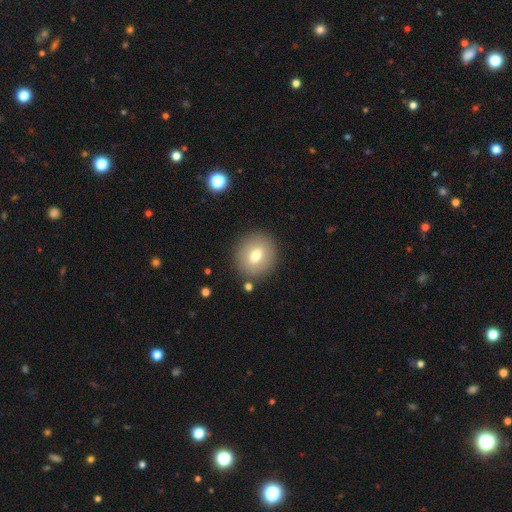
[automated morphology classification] Smooth or featured? Predicted: smooth (p=0.70). How rounded? Predicted: round (p=0.78). Merging? Predicted: none (p=0.85).